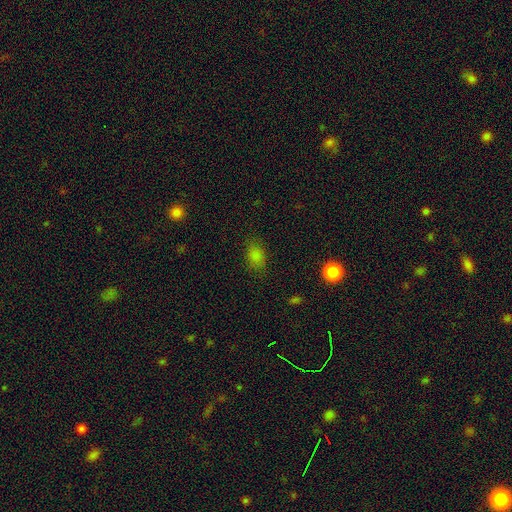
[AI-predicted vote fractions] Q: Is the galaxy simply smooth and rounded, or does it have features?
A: smooth — 80%.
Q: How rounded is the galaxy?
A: in between — 80%.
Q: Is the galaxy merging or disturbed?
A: none — 78%.